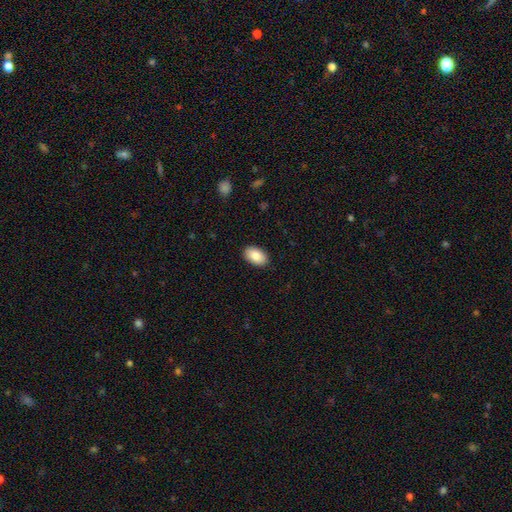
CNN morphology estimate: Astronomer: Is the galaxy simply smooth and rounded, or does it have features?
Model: smooth — 87%.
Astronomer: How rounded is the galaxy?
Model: in between — 93%.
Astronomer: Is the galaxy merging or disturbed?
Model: none — 89%.